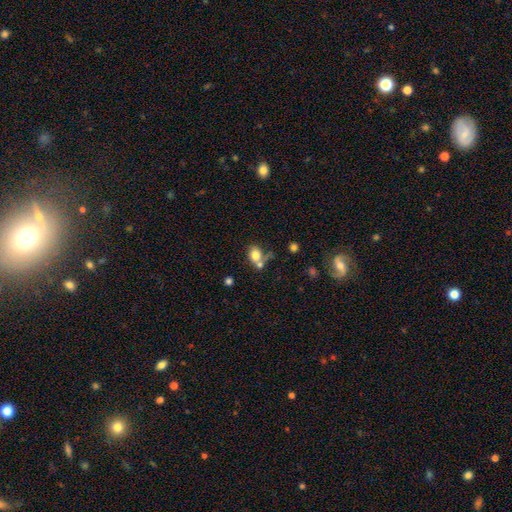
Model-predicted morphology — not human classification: Smooth or featured?
  - smooth: 76% *
  - featured or disk: 14%
  - star or artifact: 10%
How rounded?
  - in between: 52% *
  - round: 47%
  - cigar-shaped: 1%
Merging?
  - none: 39% *
  - merger: 37%
  - minor disturbance: 15%
  - major disturbance: 9%